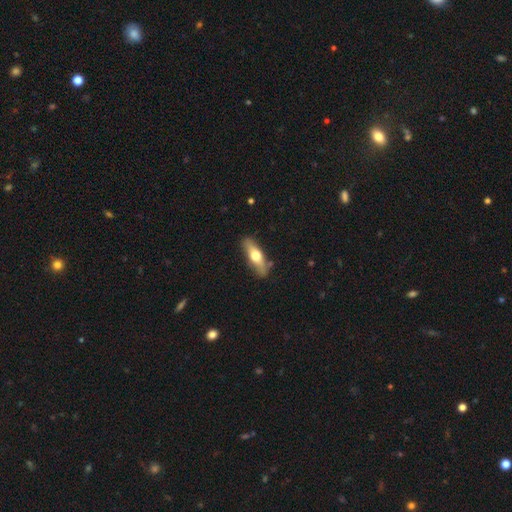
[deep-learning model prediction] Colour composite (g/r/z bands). It shows a smooth galaxy with no disk features (51%) that is cigar-shaped (54%). Merging: none (83%).